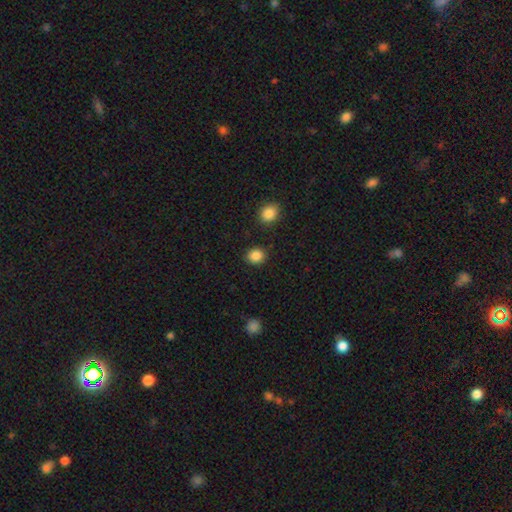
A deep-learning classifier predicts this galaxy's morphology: smooth-or-featured: smooth: 87% | star or artifact: 10% | featured or disk: 3%
  how-rounded: round: 77% | in between: 22% | cigar-shaped: 1%
  merging: none: 88% | minor disturbance: 7% | merger: 3% | major disturbance: 2%